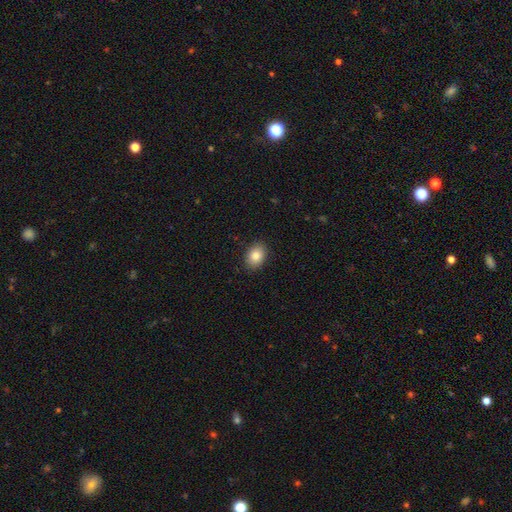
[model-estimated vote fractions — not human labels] The model was most divided on "how rounded": in between: 71%, round: 28%, cigar-shaped: 1%. More confident: merging — none (89%); smooth or featured — smooth (85%).